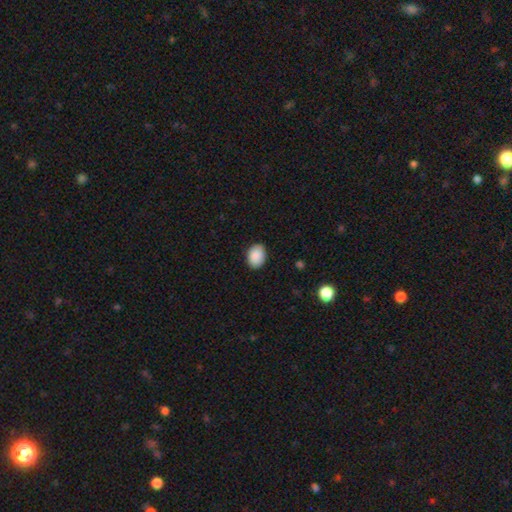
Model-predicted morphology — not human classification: type=smooth (89%); roundness=in between (75%); merging=none (86%).